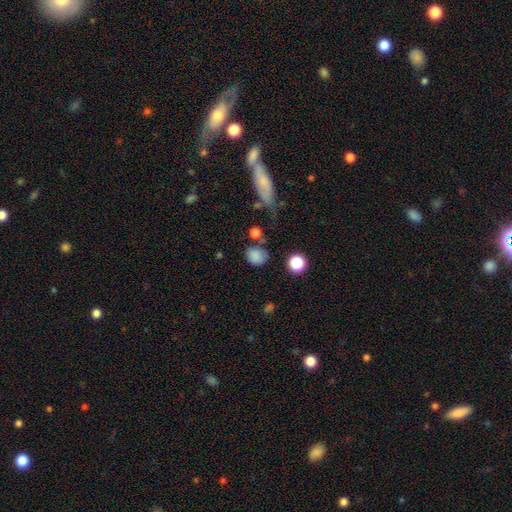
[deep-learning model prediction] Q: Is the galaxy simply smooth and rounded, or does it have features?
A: smooth — 81%.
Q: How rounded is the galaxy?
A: round — 71%.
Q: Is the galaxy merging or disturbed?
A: none — 62%.